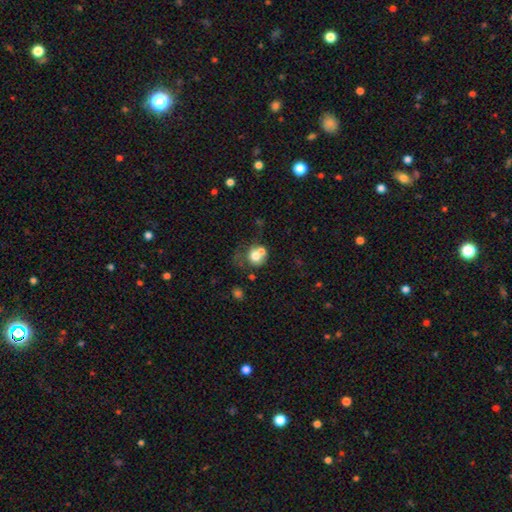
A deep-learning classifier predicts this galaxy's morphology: This appears to be a smooth galaxy with no disk features (70%) that is round (76%). Merging: merger (47%).